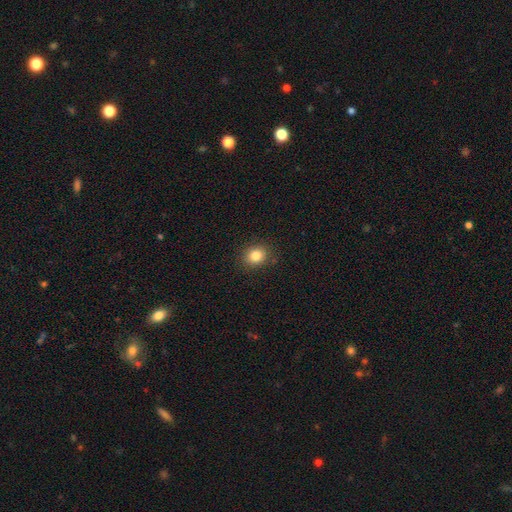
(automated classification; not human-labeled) Smooth or featured?
  - smooth: 83% *
  - star or artifact: 11%
  - featured or disk: 6%
How rounded?
  - round: 63% *
  - in between: 36%
  - cigar-shaped: 1%
Merging?
  - none: 88% *
  - minor disturbance: 9%
  - major disturbance: 3%
  - merger: 1%